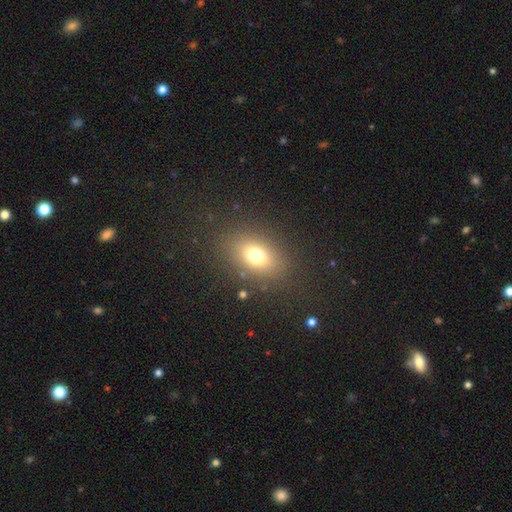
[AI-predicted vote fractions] smooth 73%, star or artifact 15%, featured or disk 13%. Down the decision tree: how rounded — in between (72%); merging — none (84%).